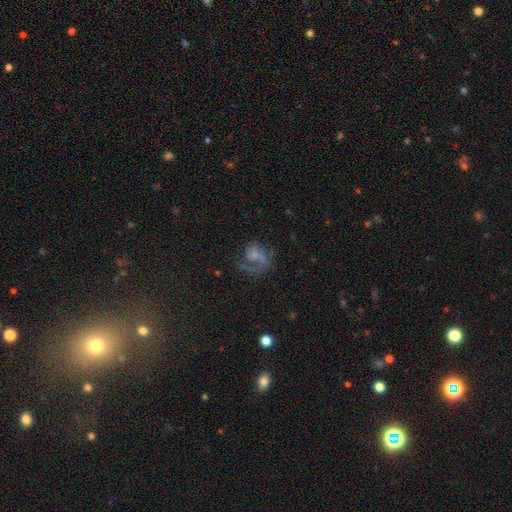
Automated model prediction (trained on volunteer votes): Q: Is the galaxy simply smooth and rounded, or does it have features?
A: featured or disk — 62%.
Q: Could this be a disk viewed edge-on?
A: no — 98%.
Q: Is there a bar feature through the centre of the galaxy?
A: no — 71%.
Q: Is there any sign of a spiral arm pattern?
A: yes — 76%.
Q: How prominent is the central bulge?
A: small — 38%.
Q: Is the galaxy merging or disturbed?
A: major disturbance — 41%.